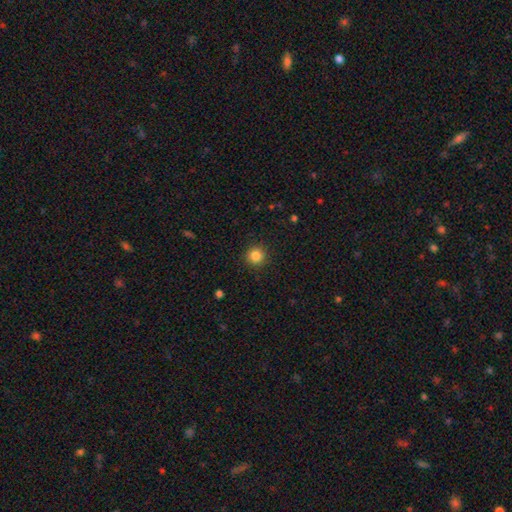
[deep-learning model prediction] Morphology: type=smooth (85%); roundness=round (94%); merging=none (91%).